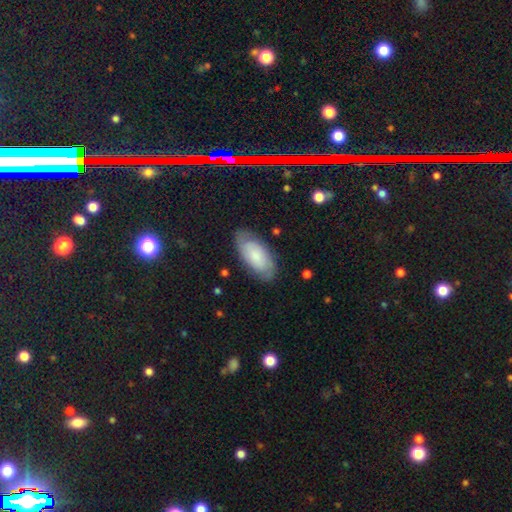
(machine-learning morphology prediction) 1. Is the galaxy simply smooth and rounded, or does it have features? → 54% smooth, 39% featured or disk, 7% star or artifact.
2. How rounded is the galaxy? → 92% in between, 6% cigar-shaped, 2% round.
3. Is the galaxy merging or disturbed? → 79% none, 16% minor disturbance, 4% major disturbance, 1% merger.